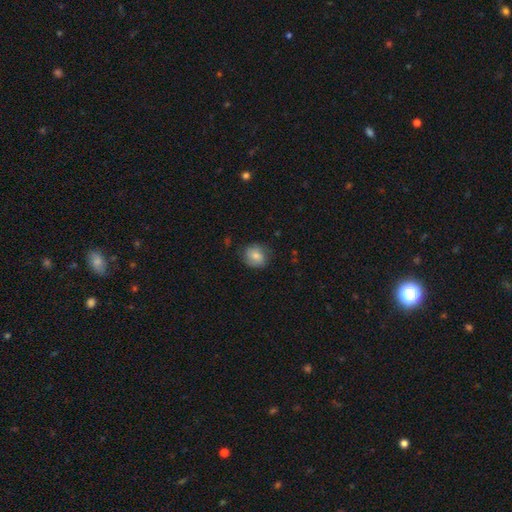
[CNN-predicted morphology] Overall: smooth (74%). How rounded: round (74%). Merging: none (75%).